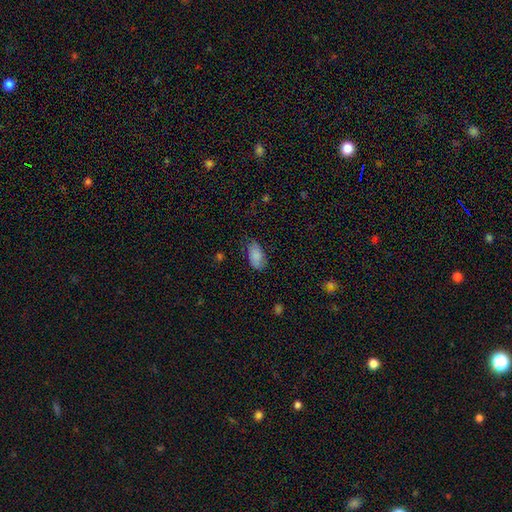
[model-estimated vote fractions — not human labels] A smooth galaxy with no disk features (82%) that is in between round and cigar-shaped (93%).

Vote fractions:
- Smooth or featured? smooth: 82% / featured or disk: 10% / star or artifact: 8%
- How rounded? in between: 93% / round: 4% / cigar-shaped: 3%
- Merging? none: 66% / minor disturbance: 26% / major disturbance: 7% / merger: 2%